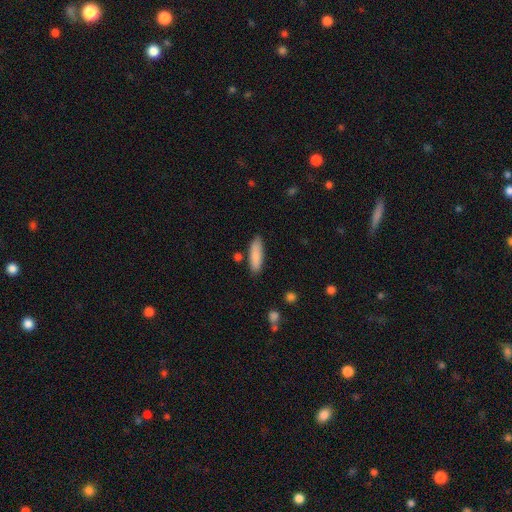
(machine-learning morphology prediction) The model was most divided on "how rounded": cigar-shaped: 53%, in between: 46%, round: 2%. More confident: smooth or featured — smooth (86%); merging — none (82%).